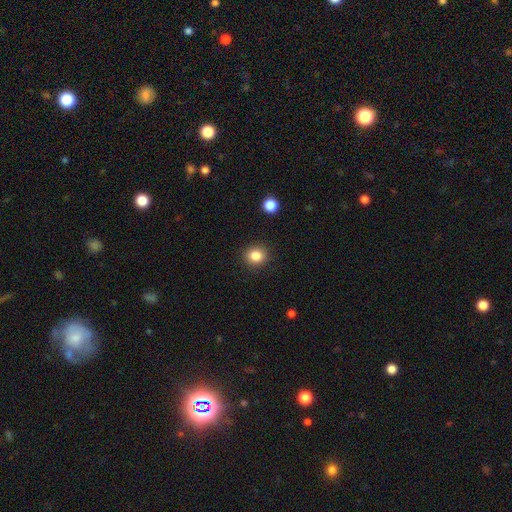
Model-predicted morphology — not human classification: Smooth or featured? Predicted: smooth (p=0.85). How rounded? Predicted: round (p=0.84). Merging? Predicted: none (p=0.91).